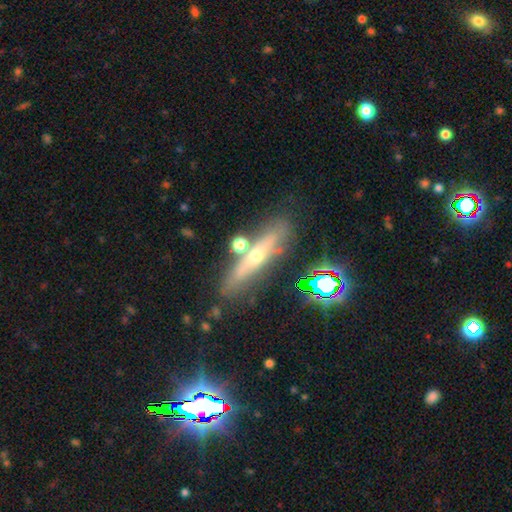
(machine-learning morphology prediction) featured or disk 57%, smooth 26%, star or artifact 17%. Down the decision tree: edge-on disk — yes (78%); merging — none (75%).